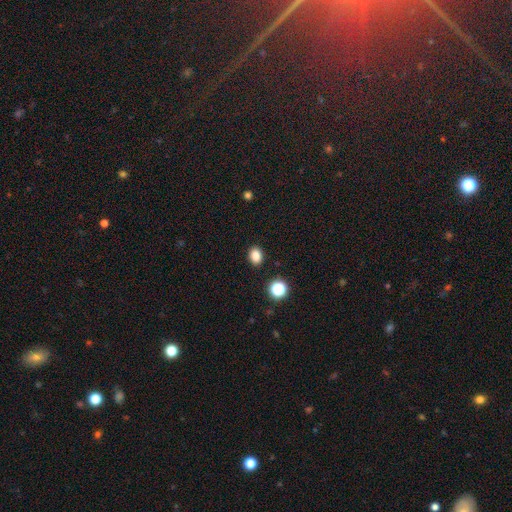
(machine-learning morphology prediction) This appears to be a smooth galaxy with no disk features (83%) that is in between round and cigar-shaped (60%). Merging: none (89%).